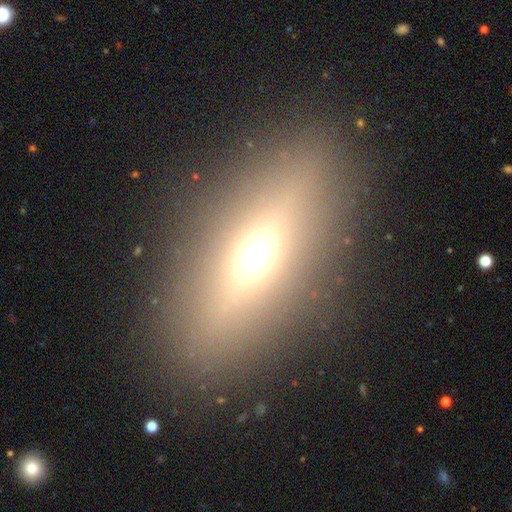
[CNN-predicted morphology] Smooth or featured?
  - smooth: 51% *
  - featured or disk: 33%
  - star or artifact: 17%
How rounded?
  - in between: 69% *
  - cigar-shaped: 23%
  - round: 8%
Merging?
  - none: 84% *
  - minor disturbance: 9%
  - major disturbance: 5%
  - merger: 2%